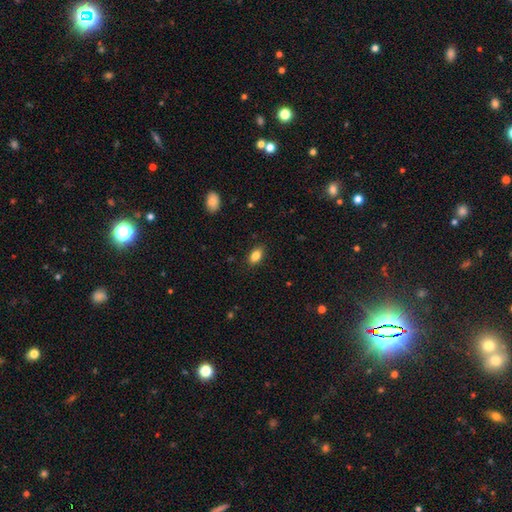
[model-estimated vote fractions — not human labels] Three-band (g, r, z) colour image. It shows a smooth galaxy with no disk features (84%) that is in between round and cigar-shaped (89%). Merging: none (87%).